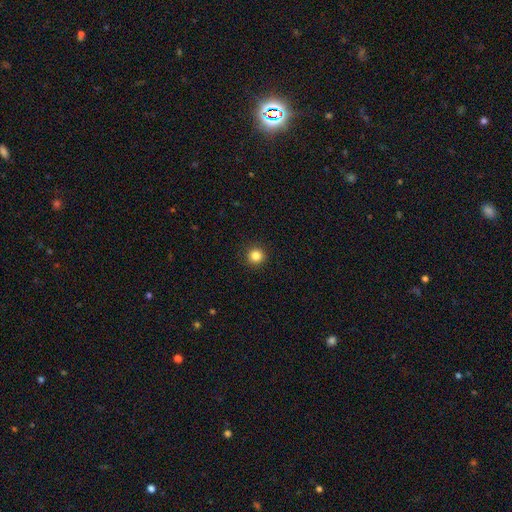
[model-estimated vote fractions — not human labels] This appears to be a smooth galaxy with no disk features (84%) that is round (95%). Merging: none (93%).